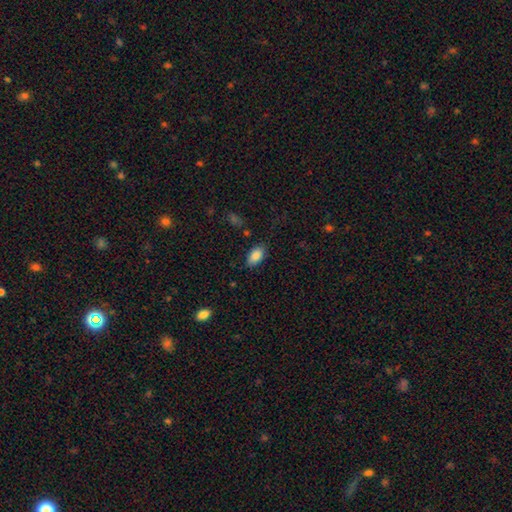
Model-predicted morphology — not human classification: Smooth or featured: smooth — 87% (star or artifact — 7%)
How rounded: in between — 93% (round — 4%)
Merging: none — 81% (minor disturbance — 14%)